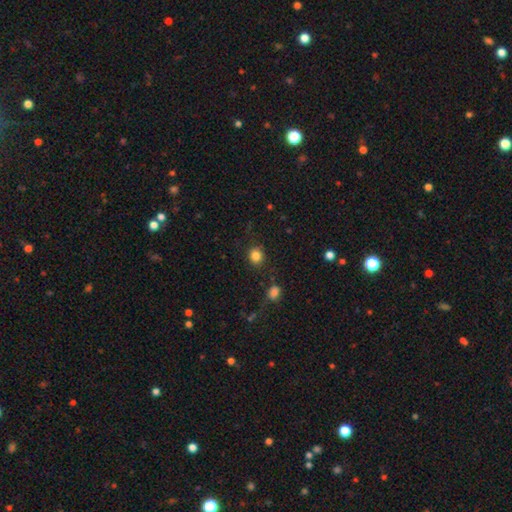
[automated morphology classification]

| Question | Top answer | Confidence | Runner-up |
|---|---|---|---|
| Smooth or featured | smooth | 84% | star or artifact (11%) |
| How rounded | round | 82% | in between (17%) |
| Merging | none | 84% | minor disturbance (9%) |